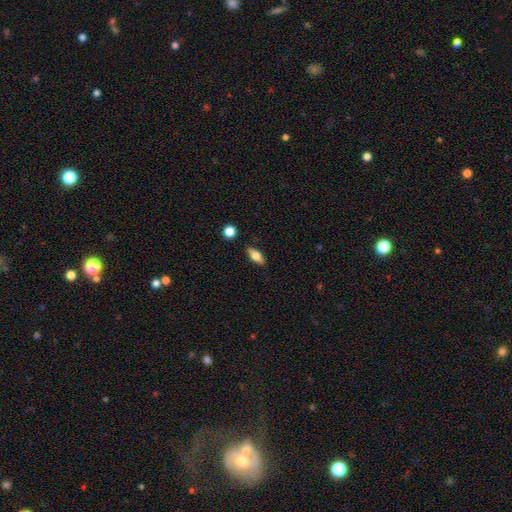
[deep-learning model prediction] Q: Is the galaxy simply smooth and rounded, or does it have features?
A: smooth — 66%.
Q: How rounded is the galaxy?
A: in between — 76%.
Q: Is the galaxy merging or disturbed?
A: none — 87%.